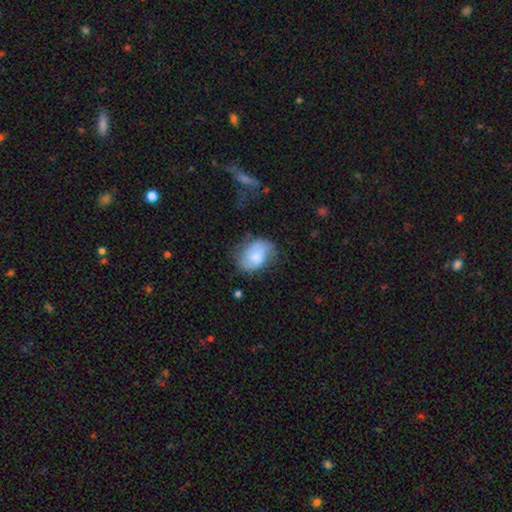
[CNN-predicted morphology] This appears to be a smooth galaxy with no disk features (61%) that is in between round and cigar-shaped (78%). Merging: none (52%).